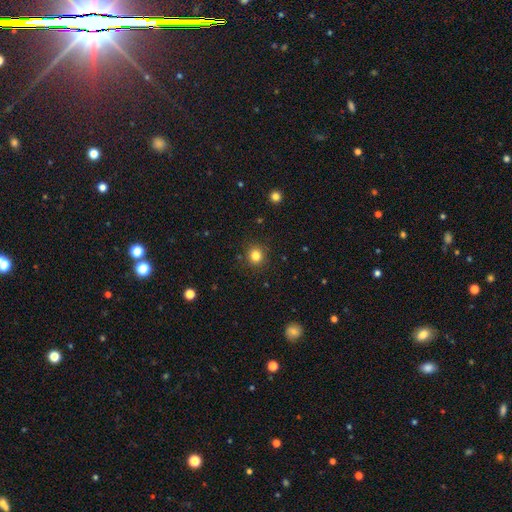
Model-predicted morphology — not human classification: Smooth or featured?
  - smooth: 82% *
  - star or artifact: 13%
  - featured or disk: 5%
How rounded?
  - round: 91% *
  - in between: 8%
  - cigar-shaped: 1%
Merging?
  - none: 90% *
  - minor disturbance: 7%
  - major disturbance: 2%
  - merger: 1%